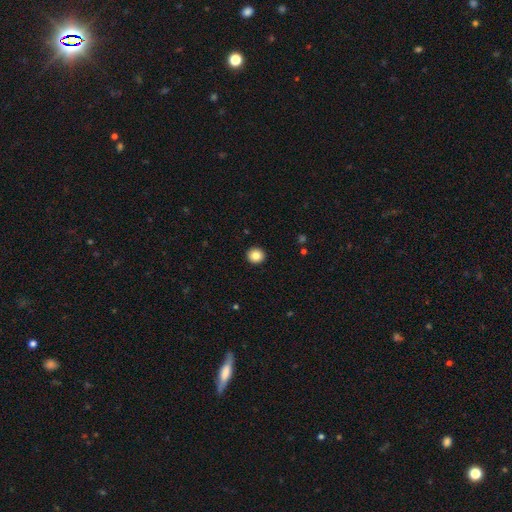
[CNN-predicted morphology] A smooth galaxy with no disk features (85%) that is round (91%). Merging: none (93%).